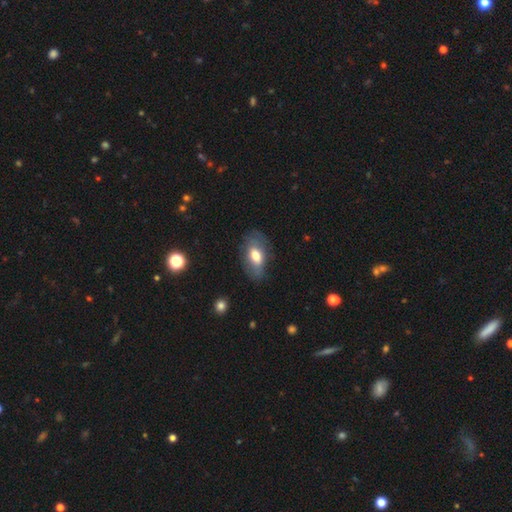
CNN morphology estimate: A smooth galaxy with no disk features (64%) that is in between round and cigar-shaped (90%). Merging: none (73%).